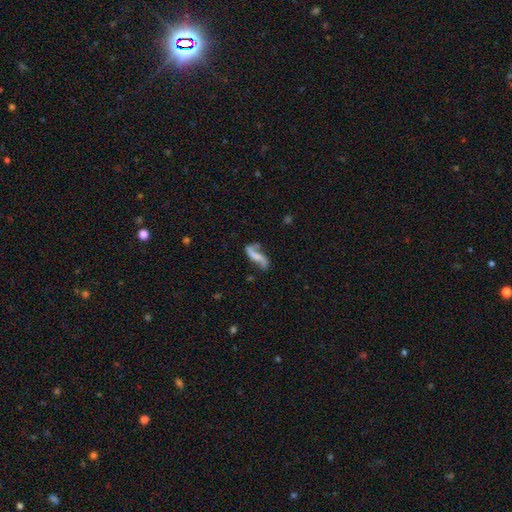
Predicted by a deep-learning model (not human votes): smooth_or_featured: featured or disk (p=0.66) [alt: smooth p=0.26]
disk_edge_on: no (p=0.88) [alt: yes p=0.12]
bar: no (p=0.46) [alt: weak p=0.30]
has_spiral_arms: yes (p=0.87) [alt: no p=0.13]
spiral_winding: loose (p=0.85) [alt: medium p=0.11]
spiral_arm_count: 2 (p=0.87) [alt: 1 p=0.07]
bulge_size: none (p=0.46) [alt: small p=0.30]
merging: none (p=0.53) [alt: minor disturbance p=0.22]